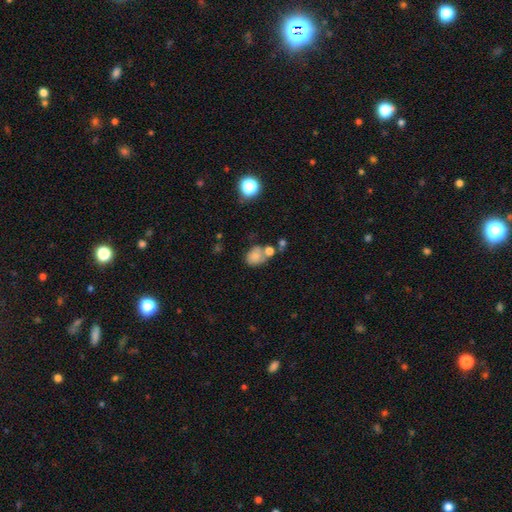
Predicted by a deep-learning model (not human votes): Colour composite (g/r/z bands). It shows a smooth galaxy with no disk features (72%) that is in between round and cigar-shaped (62%). Merging: none (39%).